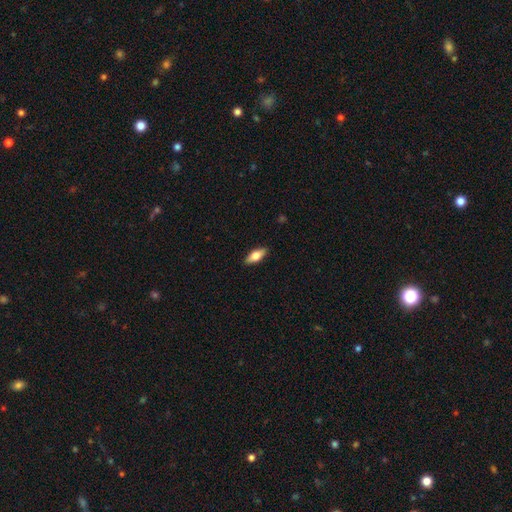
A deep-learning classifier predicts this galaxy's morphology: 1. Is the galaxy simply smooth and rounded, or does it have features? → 65% smooth, 29% featured or disk, 6% star or artifact.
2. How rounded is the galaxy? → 73% in between, 24% cigar-shaped, 3% round.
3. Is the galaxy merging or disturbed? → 89% none, 8% minor disturbance, 2% major disturbance, 1% merger.